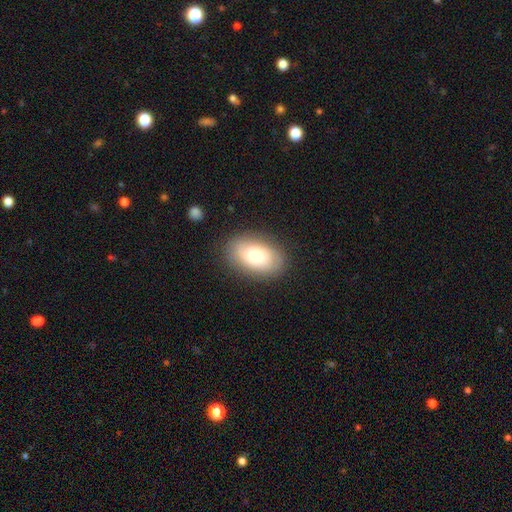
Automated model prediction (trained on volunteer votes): This is likely a smooth galaxy (62%). How rounded: clearly in between (90%). Merging: clearly none (82%).